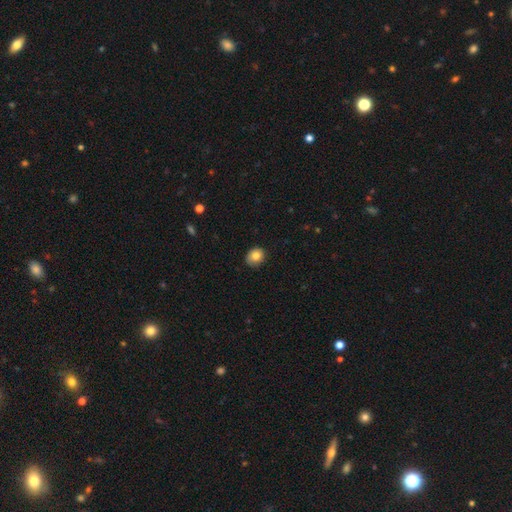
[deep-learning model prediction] The model was most divided on "how rounded": round: 59%, in between: 40%, cigar-shaped: 1%. More confident: smooth or featured — smooth (82%); merging — none (77%).